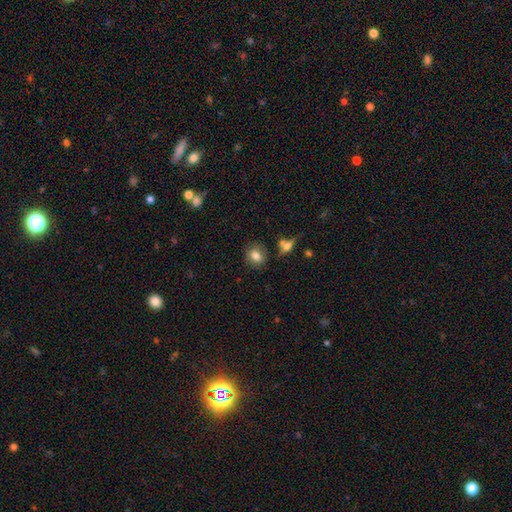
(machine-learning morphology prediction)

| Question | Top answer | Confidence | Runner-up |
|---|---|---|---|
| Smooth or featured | smooth | 79% | featured or disk (12%) |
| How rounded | round | 67% | in between (31%) |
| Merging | none | 80% | minor disturbance (11%) |